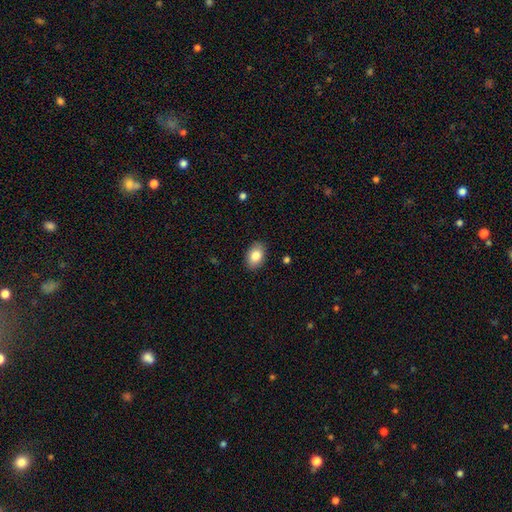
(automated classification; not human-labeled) Smooth or featured: smooth — 84% (featured or disk — 9%)
How rounded: in between — 85% (round — 14%)
Merging: none — 88% (minor disturbance — 9%)